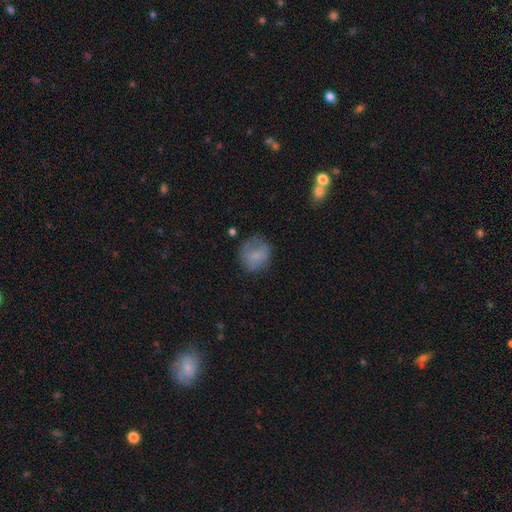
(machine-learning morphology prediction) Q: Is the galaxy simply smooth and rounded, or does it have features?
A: smooth — 73%.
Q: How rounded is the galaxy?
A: round — 79%.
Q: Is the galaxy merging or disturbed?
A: none — 62%.